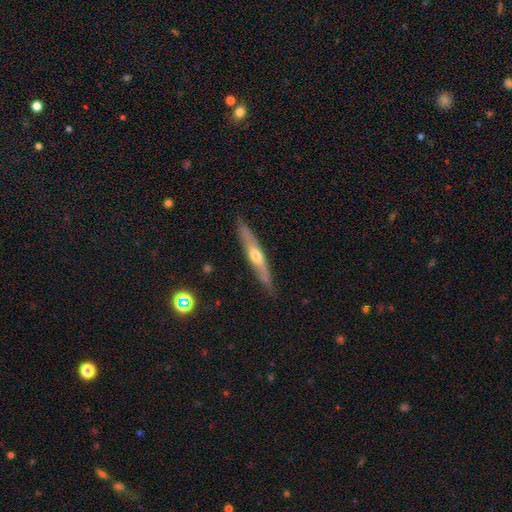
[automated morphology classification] Q: Smooth or featured?
A: featured or disk (58%); runner-up: smooth (36%)
Q: Edge-on disk?
A: yes (87%); runner-up: no (13%)
Q: Edge-on bulge?
A: rounded (81%); runner-up: none (16%)
Q: Merging?
A: none (84%); runner-up: minor disturbance (12%)